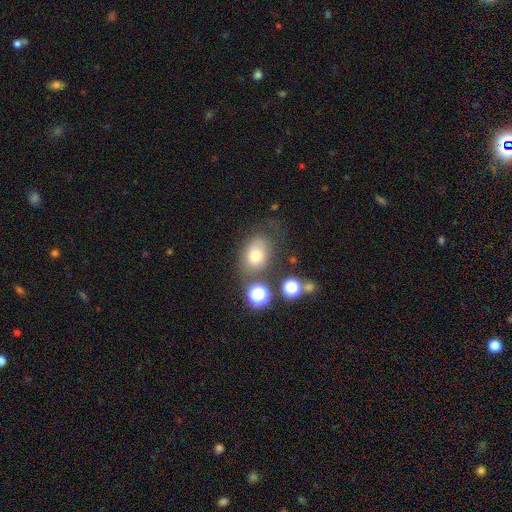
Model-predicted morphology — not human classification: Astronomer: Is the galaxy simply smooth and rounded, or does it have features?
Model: smooth — 71%.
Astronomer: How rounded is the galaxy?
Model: in between — 66%.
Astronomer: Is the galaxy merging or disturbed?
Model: none — 60%.